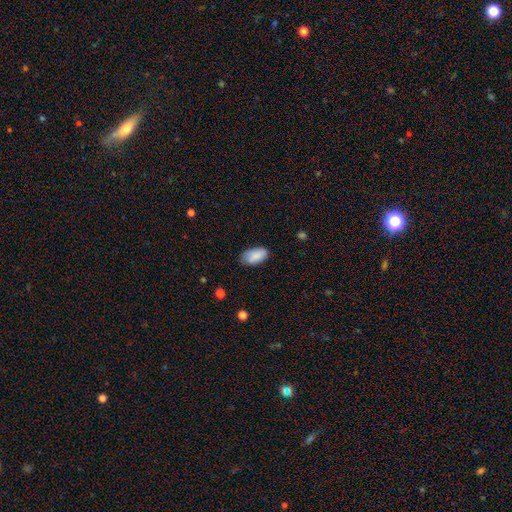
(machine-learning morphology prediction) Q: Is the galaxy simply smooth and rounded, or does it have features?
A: smooth — 85%.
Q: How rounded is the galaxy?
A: in between — 94%.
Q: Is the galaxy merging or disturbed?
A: none — 77%.